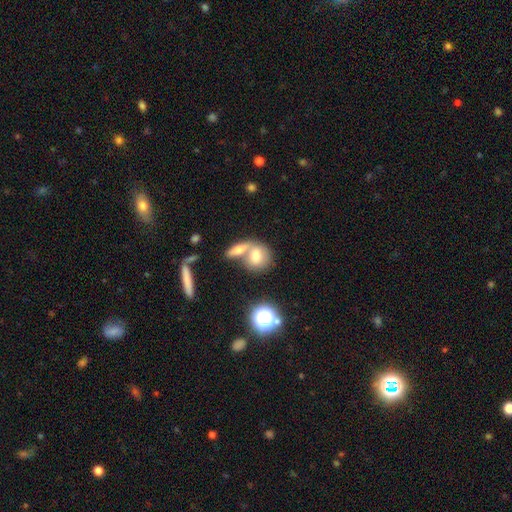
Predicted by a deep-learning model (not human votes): A smooth galaxy with no disk features (69%) that is round (55%). Merging: merger (51%).